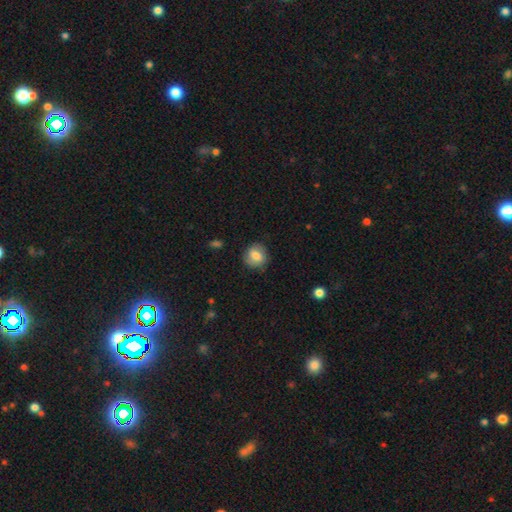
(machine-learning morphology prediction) The model was most divided on "smooth or featured": smooth: 74%, featured or disk: 18%, star or artifact: 8%. More confident: how rounded — round (78%); merging — none (78%).